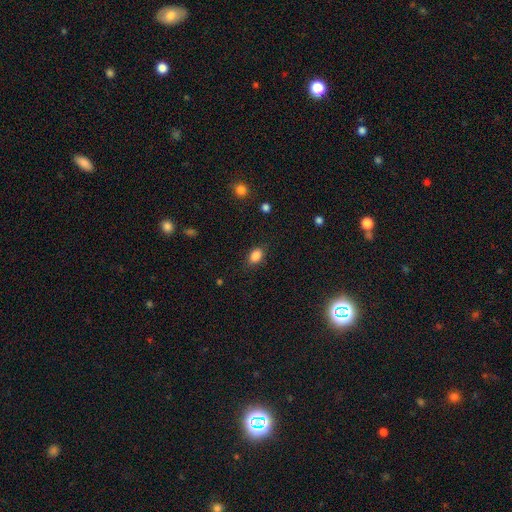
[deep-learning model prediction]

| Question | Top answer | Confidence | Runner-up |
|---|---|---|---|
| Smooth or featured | smooth | 87% | star or artifact (9%) |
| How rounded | in between | 81% | round (18%) |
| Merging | none | 84% | minor disturbance (11%) |